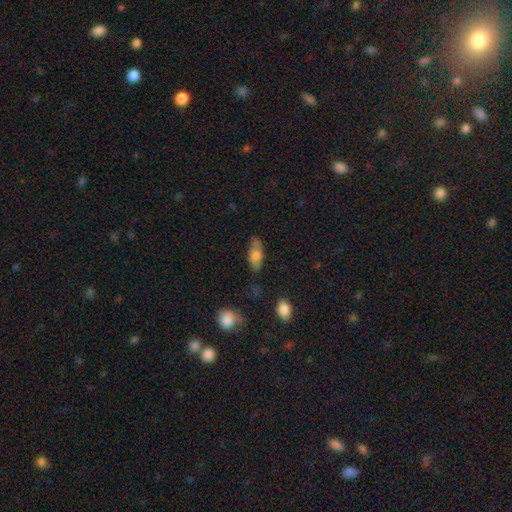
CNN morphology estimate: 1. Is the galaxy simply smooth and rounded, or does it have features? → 71% smooth, 22% featured or disk, 7% star or artifact.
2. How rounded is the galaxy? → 84% in between, 13% cigar-shaped, 4% round.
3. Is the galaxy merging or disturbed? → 71% none, 20% minor disturbance, 5% major disturbance, 4% merger.